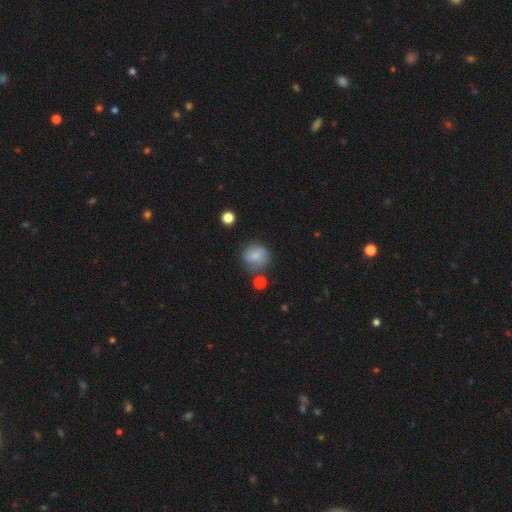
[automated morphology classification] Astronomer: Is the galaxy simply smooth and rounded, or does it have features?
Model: smooth — 72%.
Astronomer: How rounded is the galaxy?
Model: round — 82%.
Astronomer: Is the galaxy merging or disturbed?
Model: none — 60%.